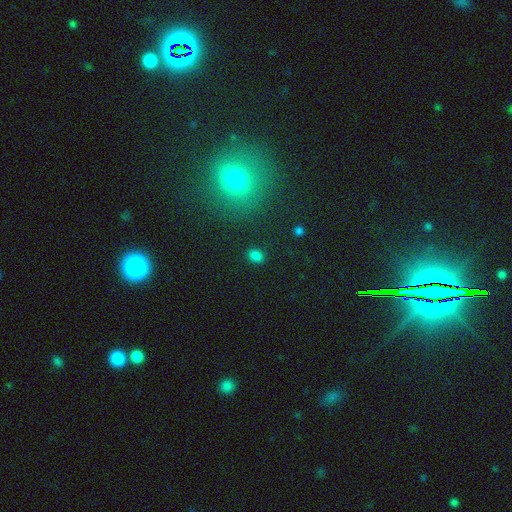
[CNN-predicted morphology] Smooth or featured: smooth — 81% (star or artifact — 15%)
How rounded: in between — 66% (round — 33%)
Merging: none — 87% (minor disturbance — 9%)